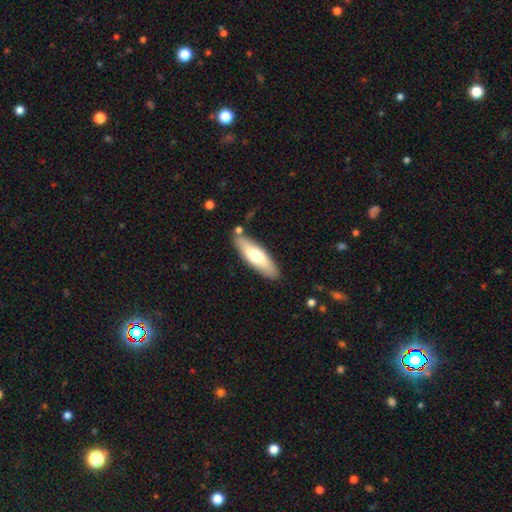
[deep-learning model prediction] smooth 65%, featured or disk 30%, star or artifact 5%. Down the decision tree: how rounded — cigar-shaped (56%); merging — none (80%).